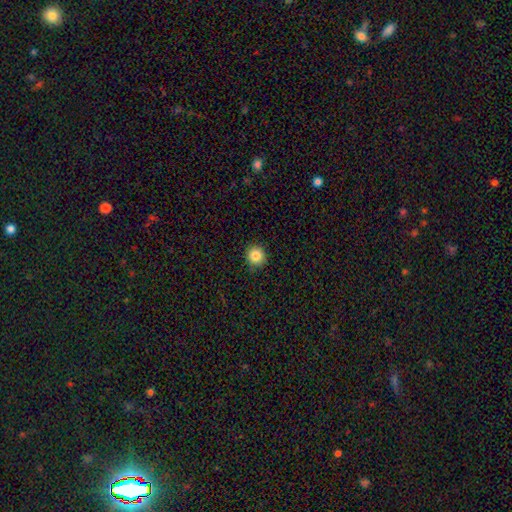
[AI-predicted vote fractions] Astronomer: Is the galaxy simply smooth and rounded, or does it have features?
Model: smooth — 85%.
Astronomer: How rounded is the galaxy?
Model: round — 92%.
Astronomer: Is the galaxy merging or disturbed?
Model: none — 90%.